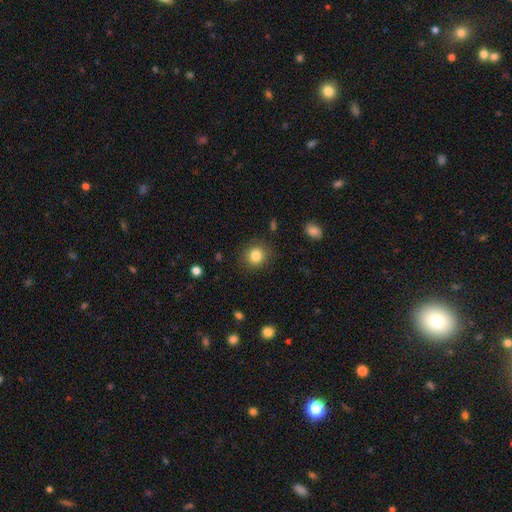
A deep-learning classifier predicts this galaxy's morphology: This is clearly a smooth galaxy (83%). How rounded: clearly round (87%). Merging: clearly none (88%).